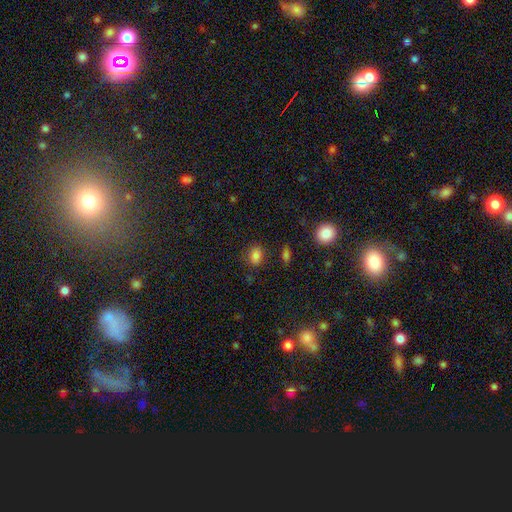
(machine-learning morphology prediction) This is clearly a smooth galaxy (81%). How rounded: likely in between (65%). Merging: likely none (79%).